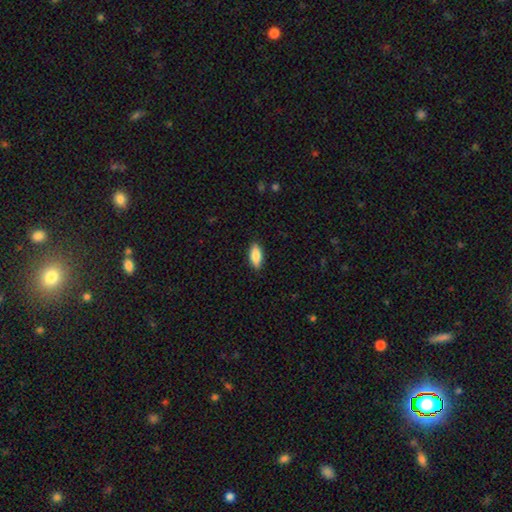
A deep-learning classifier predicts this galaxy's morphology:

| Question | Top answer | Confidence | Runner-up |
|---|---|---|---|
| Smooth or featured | smooth | 84% | featured or disk (10%) |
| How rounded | in between | 81% | cigar-shaped (17%) |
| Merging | none | 88% | minor disturbance (10%) |